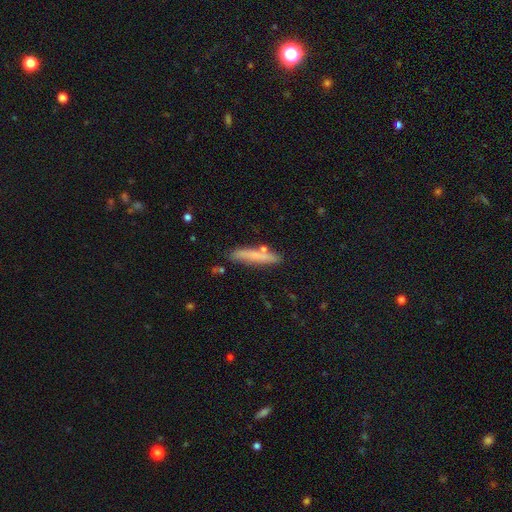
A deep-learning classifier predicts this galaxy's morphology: smooth 69%, featured or disk 24%, star or artifact 7%. Down the decision tree: how rounded — cigar-shaped (90%); merging — none (79%).